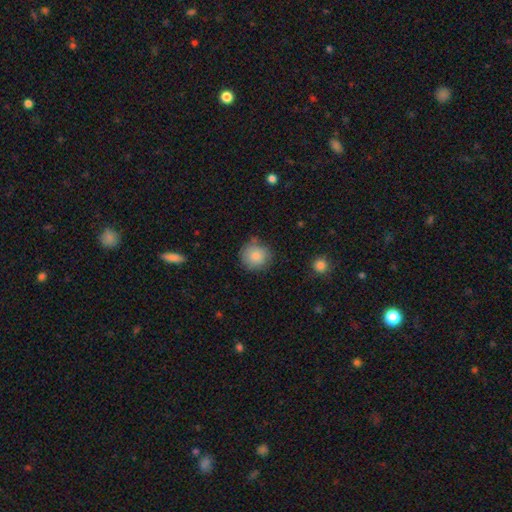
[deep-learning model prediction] smooth 84%, star or artifact 8%, featured or disk 8%. Down the decision tree: how rounded — round (92%); merging — none (77%).